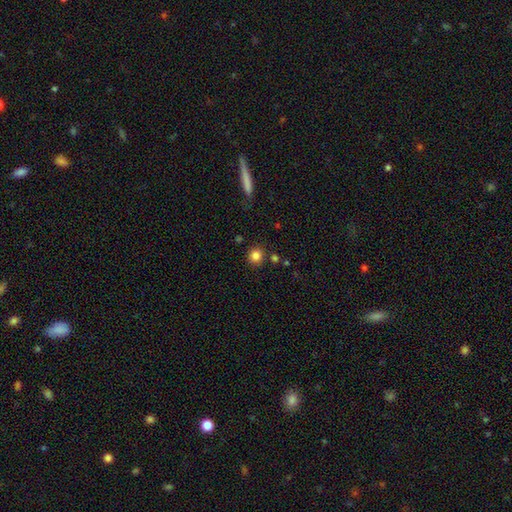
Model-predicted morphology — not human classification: A smooth galaxy with no disk features (84%) that is round (91%).

Vote fractions:
- Smooth or featured? smooth: 84% / star or artifact: 12% / featured or disk: 5%
- How rounded? round: 91% / in between: 8% / cigar-shaped: 1%
- Merging? none: 86% / minor disturbance: 8% / merger: 4% / major disturbance: 3%